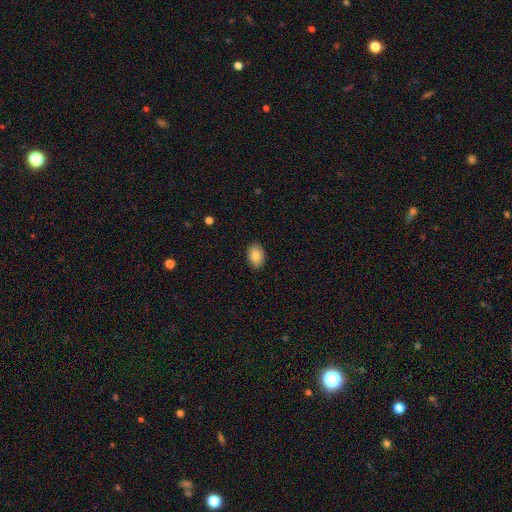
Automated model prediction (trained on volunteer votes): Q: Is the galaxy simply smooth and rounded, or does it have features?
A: smooth — 85%.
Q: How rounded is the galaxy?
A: in between — 85%.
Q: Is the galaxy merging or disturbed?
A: none — 89%.